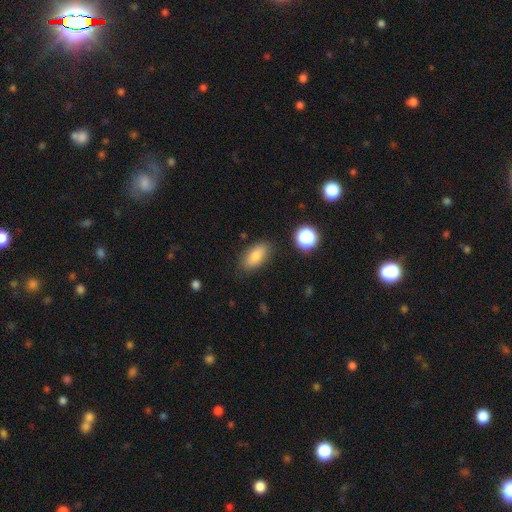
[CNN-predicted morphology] Smooth or featured? smooth (80%)
How rounded? in between (86%)
Merging? none (84%)